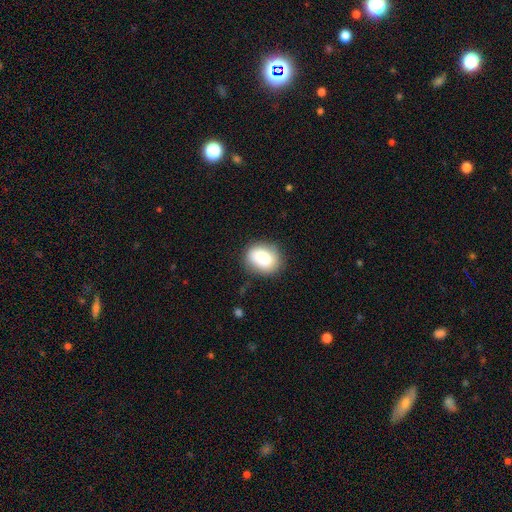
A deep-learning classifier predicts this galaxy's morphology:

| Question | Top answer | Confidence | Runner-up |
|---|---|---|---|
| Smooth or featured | smooth | 85% | featured or disk (8%) |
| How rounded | in between | 58% | round (41%) |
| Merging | none | 77% | minor disturbance (16%) |